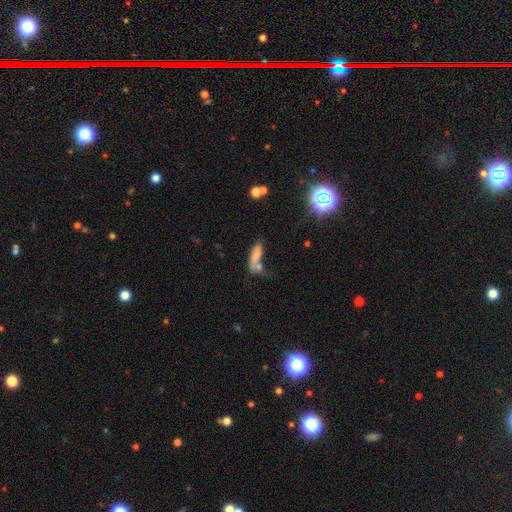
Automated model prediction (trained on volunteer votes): A smooth galaxy with no disk features (71%) that is in between round and cigar-shaped (49%).

Vote fractions:
- Smooth or featured? smooth: 71% / featured or disk: 16% / star or artifact: 13%
- How rounded? in between: 49% / cigar-shaped: 47% / round: 4%
- Merging? merger: 37% / none: 36% / minor disturbance: 16% / major disturbance: 11%